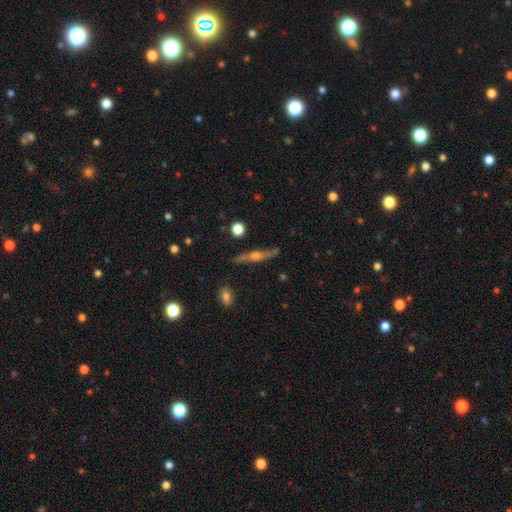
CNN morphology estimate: smooth_or_featured: featured or disk (p=0.72) [alt: smooth p=0.21]
disk_edge_on: yes (p=0.92) [alt: no p=0.08]
edge_on_bulge: rounded (p=0.88) [alt: boxy p=0.06]
merging: none (p=0.82) [alt: minor disturbance p=0.13]